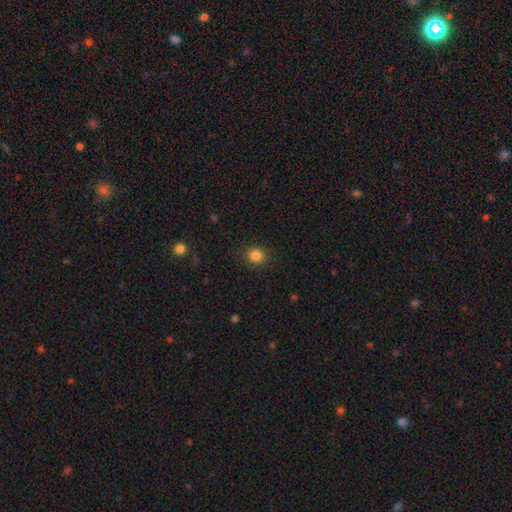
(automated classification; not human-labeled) Smooth or featured? smooth (83%)
How rounded? round (74%)
Merging? none (90%)